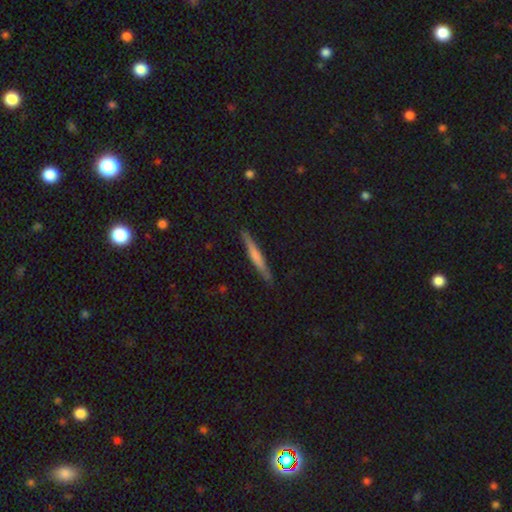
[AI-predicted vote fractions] Q: Smooth or featured?
A: smooth (58%); runner-up: featured or disk (37%)
Q: How rounded?
A: cigar-shaped (95%); runner-up: in between (3%)
Q: Merging?
A: none (87%); runner-up: minor disturbance (10%)